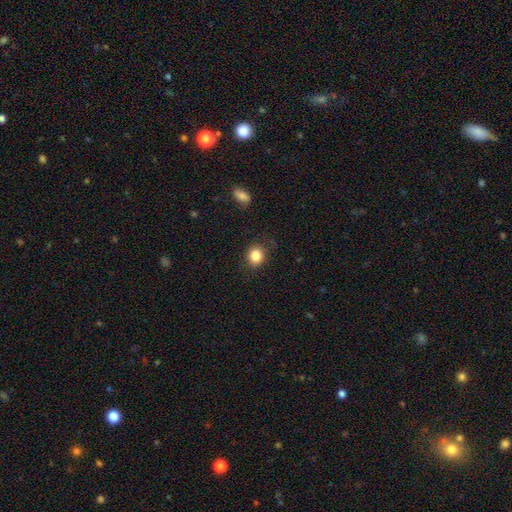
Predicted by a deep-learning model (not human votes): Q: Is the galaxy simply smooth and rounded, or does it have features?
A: smooth — 84%.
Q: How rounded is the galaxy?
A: round — 76%.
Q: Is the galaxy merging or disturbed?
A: none — 85%.